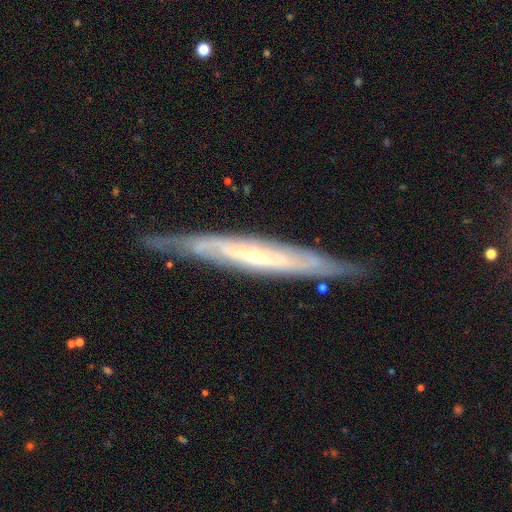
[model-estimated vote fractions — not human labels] featured or disk 77%, smooth 17%, star or artifact 6%. Down the decision tree: edge-on disk — yes (72%); edge-on bulge — rounded (48%); merging — none (79%).